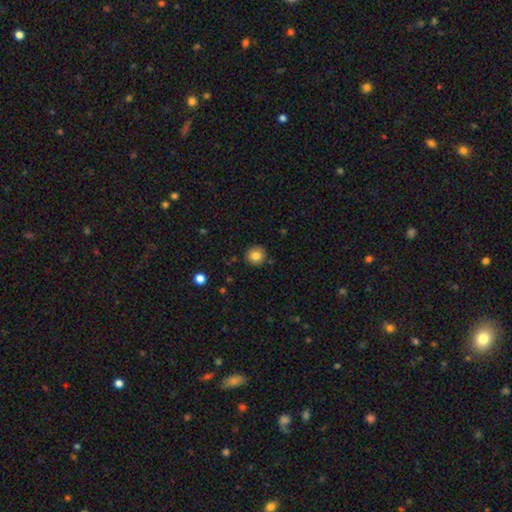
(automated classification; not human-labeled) Smooth or featured? Predicted: smooth (p=0.82). How rounded? Predicted: round (p=0.94). Merging? Predicted: none (p=0.89).